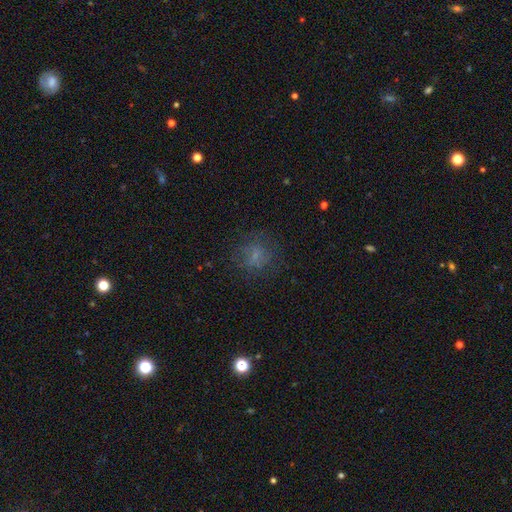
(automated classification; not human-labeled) Morphology: type=smooth (59%); roundness=round (74%); merging=none (70%).